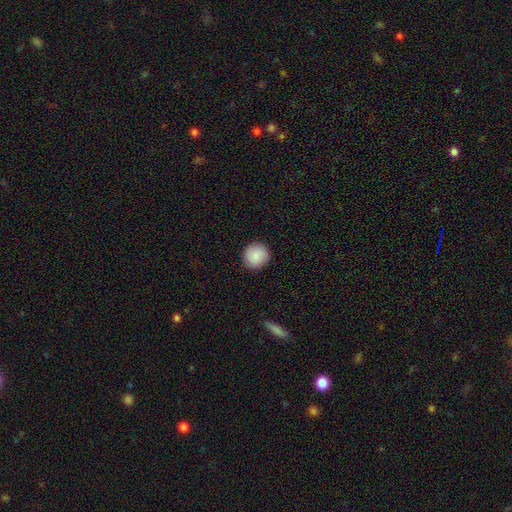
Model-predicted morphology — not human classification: The model was most divided on "smooth or featured": smooth: 89%, star or artifact: 7%, featured or disk: 4%. More confident: how rounded — round (93%); merging — none (91%).